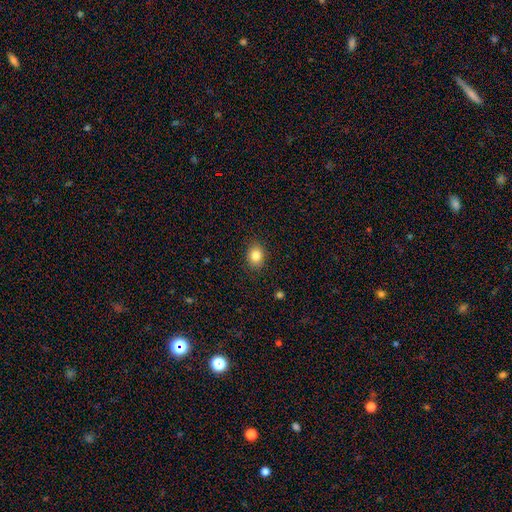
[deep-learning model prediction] Q: Smooth or featured?
A: smooth (84%); runner-up: star or artifact (10%)
Q: How rounded?
A: round (53%); runner-up: in between (47%)
Q: Merging?
A: none (88%); runner-up: minor disturbance (8%)